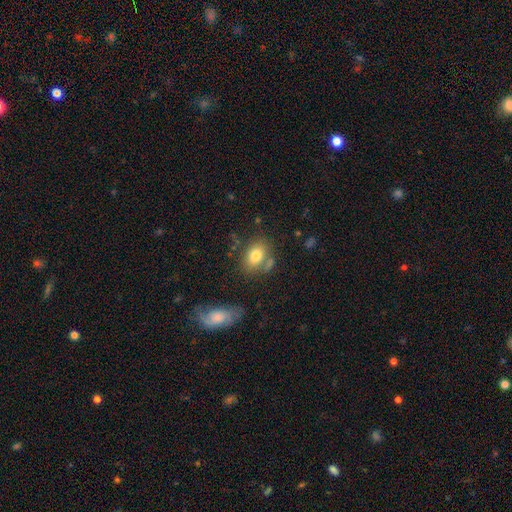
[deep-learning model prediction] A smooth galaxy with no disk features (79%) that is in between round and cigar-shaped (74%). Merging: none (64%).